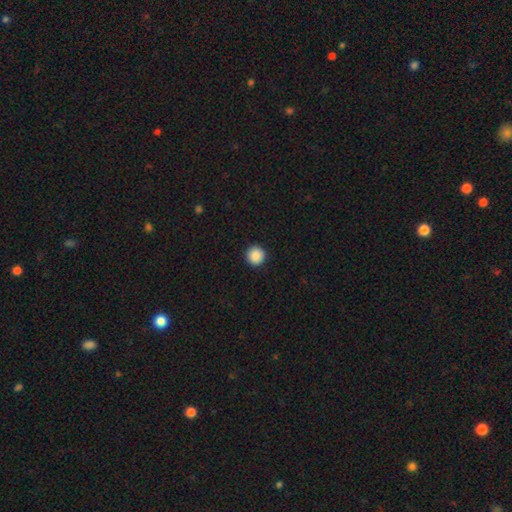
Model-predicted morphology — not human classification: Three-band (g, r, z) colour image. It shows a smooth galaxy with no disk features (89%) that is round (96%). Merging: none (93%).